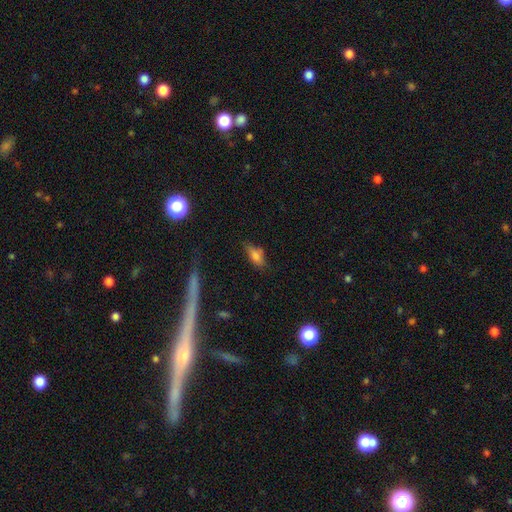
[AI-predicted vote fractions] Smooth or featured: smooth — 72% (featured or disk — 16%)
How rounded: in between — 74% (cigar-shaped — 22%)
Merging: none — 57% (minor disturbance — 27%)